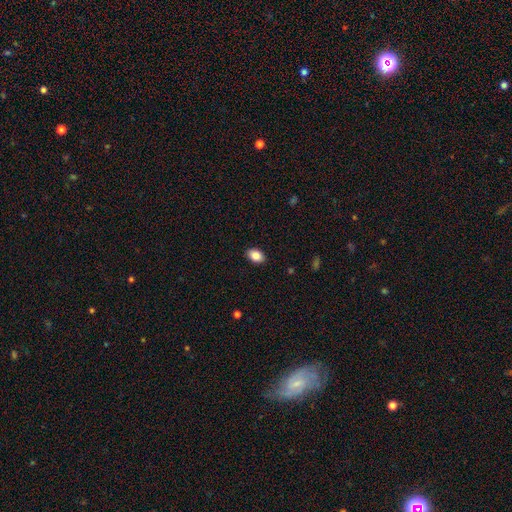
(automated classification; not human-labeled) Morphology: type=smooth (86%); roundness=in between (86%); merging=none (89%).